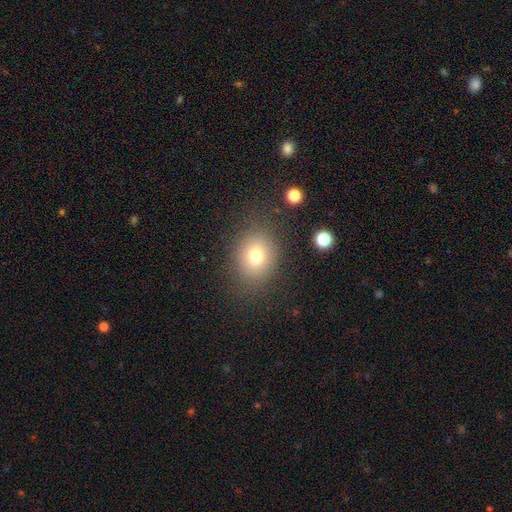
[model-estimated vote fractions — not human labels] Smooth or featured?
  - smooth: 74% *
  - star or artifact: 15%
  - featured or disk: 11%
How rounded?
  - round: 56% *
  - in between: 43%
  - cigar-shaped: 1%
Merging?
  - none: 81% *
  - minor disturbance: 11%
  - major disturbance: 6%
  - merger: 2%